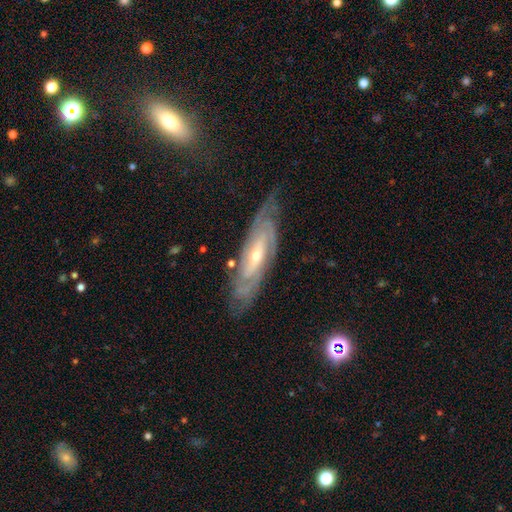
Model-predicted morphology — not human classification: Overall: featured or disk (85%). Edge-on disk: no (82%). Bar: no (45%; weak 37%). Spiral arms: yes (94%). Spiral arm count: can't tell (41%; 2 29%). Spiral winding: tight (70%). Bulge size: small (62%; moderate 35%). Merging: none (75%).